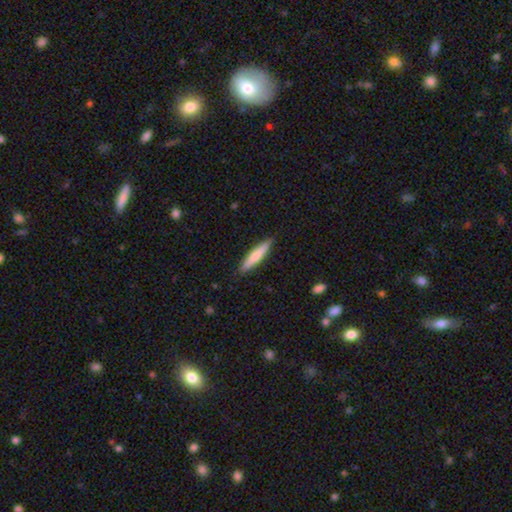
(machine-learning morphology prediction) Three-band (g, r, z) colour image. It shows a smooth galaxy with no disk features (67%) that is cigar-shaped (90%). Merging: none (90%).